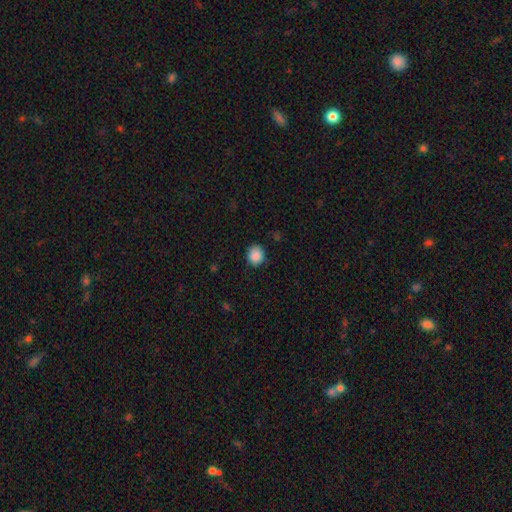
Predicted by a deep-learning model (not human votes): A smooth galaxy with no disk features (88%) that is round (72%).

Vote fractions:
- Smooth or featured? smooth: 88% / star or artifact: 9% / featured or disk: 3%
- How rounded? round: 72% / in between: 27% / cigar-shaped: 1%
- Merging? none: 81% / minor disturbance: 14% / major disturbance: 3% / merger: 1%